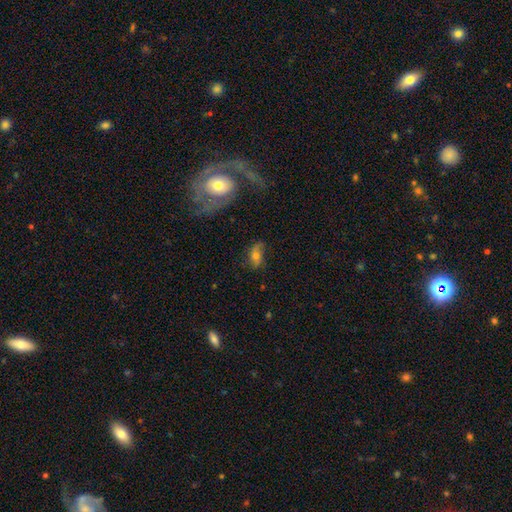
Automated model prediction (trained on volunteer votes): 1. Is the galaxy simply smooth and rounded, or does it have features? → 50% smooth, 36% featured or disk, 14% star or artifact.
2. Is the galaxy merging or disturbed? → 51% none, 26% minor disturbance, 19% major disturbance, 4% merger.